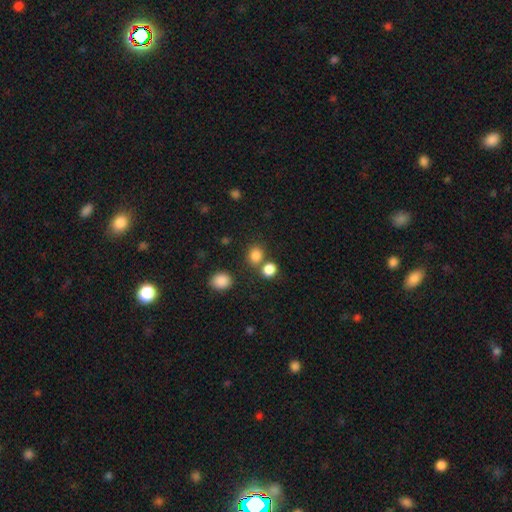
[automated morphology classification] smooth 82%, star or artifact 13%, featured or disk 4%. Down the decision tree: how rounded — round (70%); merging — none (67%).